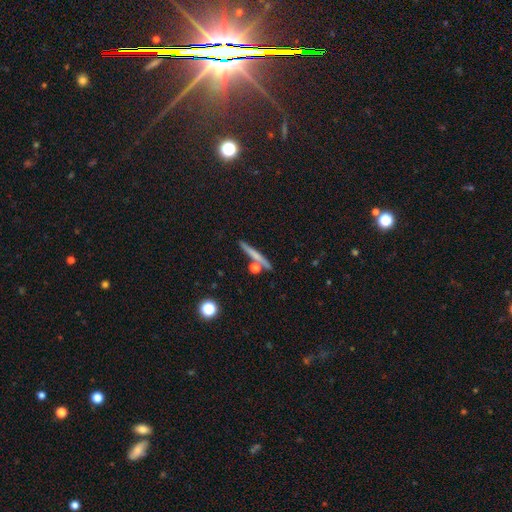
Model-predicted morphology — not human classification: This appears to be a smooth galaxy with no disk features (56%) that is cigar-shaped (90%). Merging: none (77%).